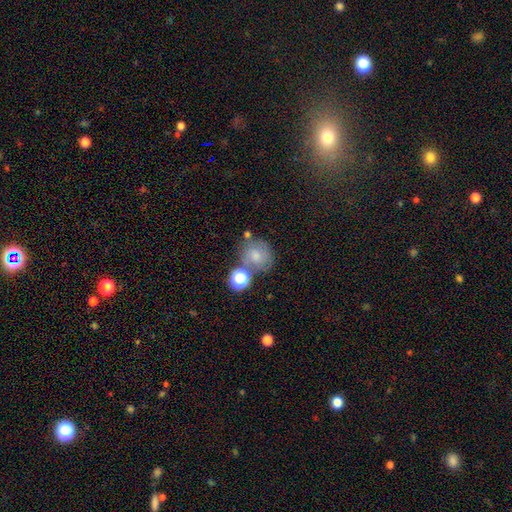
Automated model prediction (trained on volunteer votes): A smooth galaxy with no disk features (63%) that is round (80%).

Vote fractions:
- Smooth or featured? smooth: 63% / featured or disk: 24% / star or artifact: 13%
- How rounded? round: 80% / in between: 19% / cigar-shaped: 1%
- Merging? none: 54% / merger: 19% / minor disturbance: 18% / major disturbance: 9%